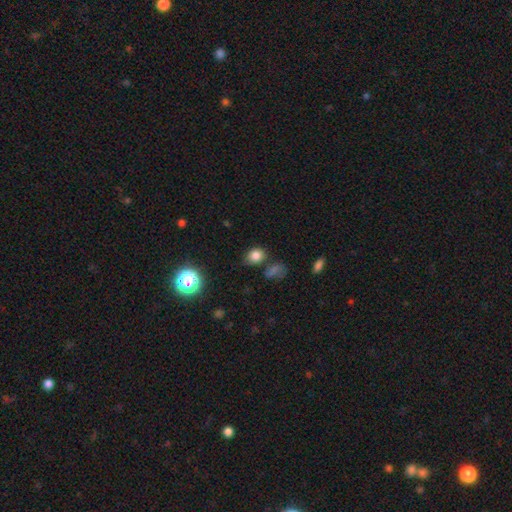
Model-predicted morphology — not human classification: This appears to be a smooth galaxy with no disk features (78%) that is round (54%). Merging: none (72%).